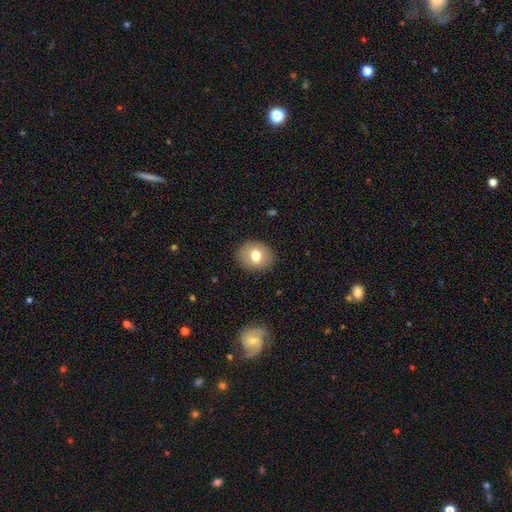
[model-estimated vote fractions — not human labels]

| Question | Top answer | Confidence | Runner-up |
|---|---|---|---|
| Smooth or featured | smooth | 73% | featured or disk (17%) |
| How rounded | round | 65% | in between (34%) |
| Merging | none | 89% | minor disturbance (8%) |